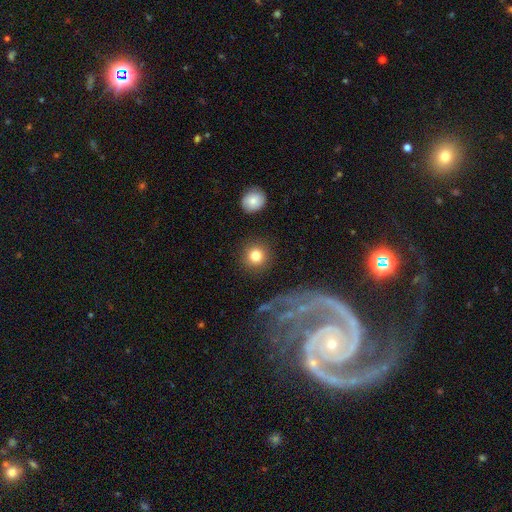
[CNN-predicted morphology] smooth 83%, star or artifact 10%, featured or disk 8%. Down the decision tree: how rounded — round (93%); merging — none (89%).